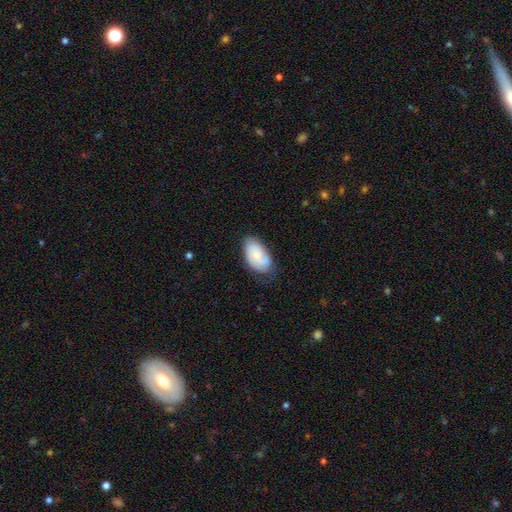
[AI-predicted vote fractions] Smooth or featured: smooth — 56% (featured or disk — 37%)
How rounded: in between — 93% (round — 5%)
Merging: none — 62% (minor disturbance — 28%)